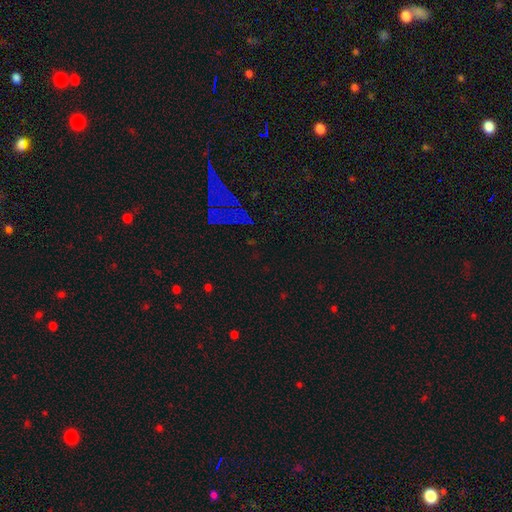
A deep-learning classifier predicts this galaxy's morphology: Smooth or featured? star or artifact (63%)